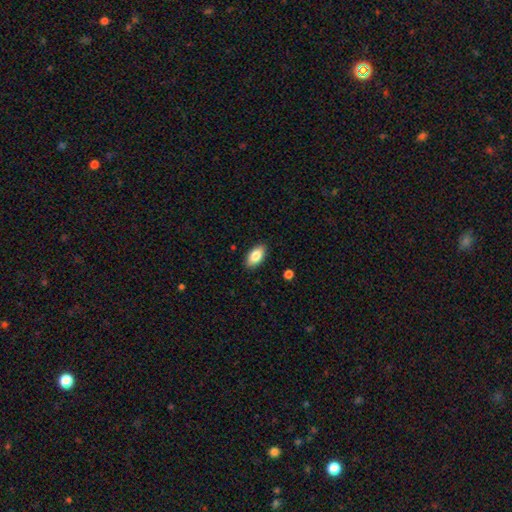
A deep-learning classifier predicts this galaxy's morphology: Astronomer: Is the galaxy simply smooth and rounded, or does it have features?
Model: smooth — 84%.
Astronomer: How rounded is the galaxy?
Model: in between — 93%.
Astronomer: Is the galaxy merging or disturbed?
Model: none — 88%.